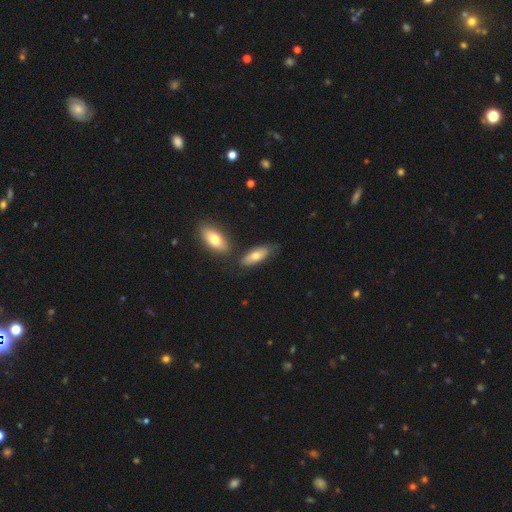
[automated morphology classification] Overall: smooth (69%). How rounded: in between (77%). Merging: none (67%).